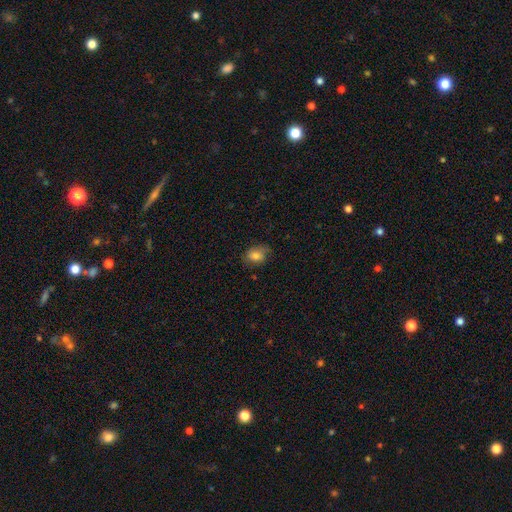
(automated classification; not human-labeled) The model was most divided on "how rounded": in between: 65%, round: 33%, cigar-shaped: 1%. More confident: smooth or featured — smooth (77%); merging — none (71%).